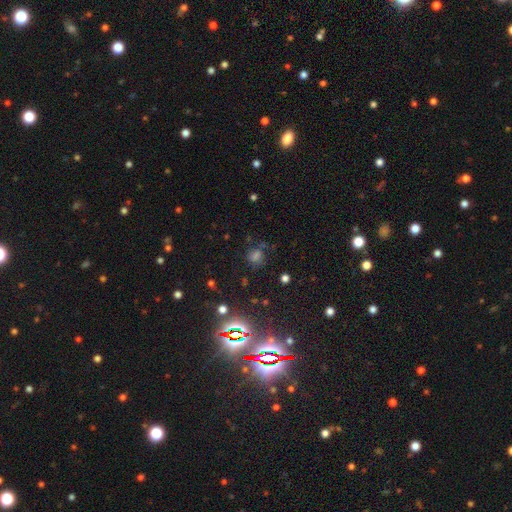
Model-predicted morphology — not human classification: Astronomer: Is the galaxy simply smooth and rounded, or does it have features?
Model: star or artifact — 48% (runner-up: smooth, 42%).